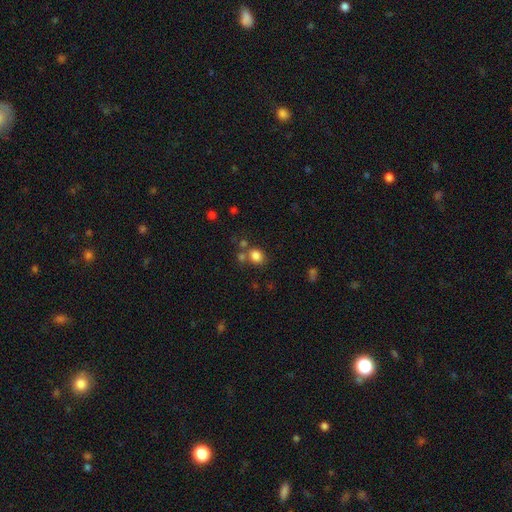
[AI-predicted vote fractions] A smooth galaxy with no disk features (82%) that is round (57%). Merging: none (63%).